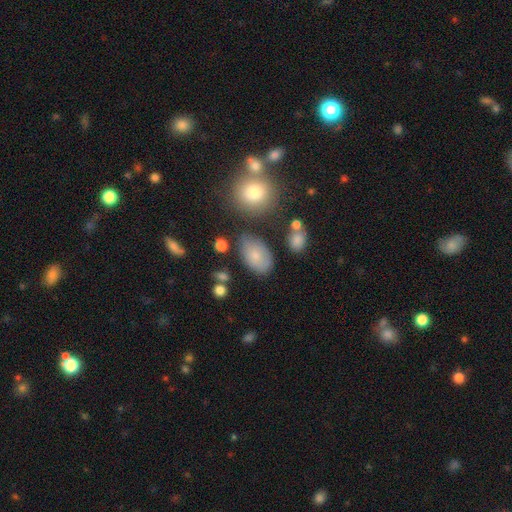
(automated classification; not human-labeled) Q: Smooth or featured?
A: smooth (74%); runner-up: featured or disk (17%)
Q: How rounded?
A: in between (89%); runner-up: round (10%)
Q: Merging?
A: none (66%); runner-up: minor disturbance (22%)